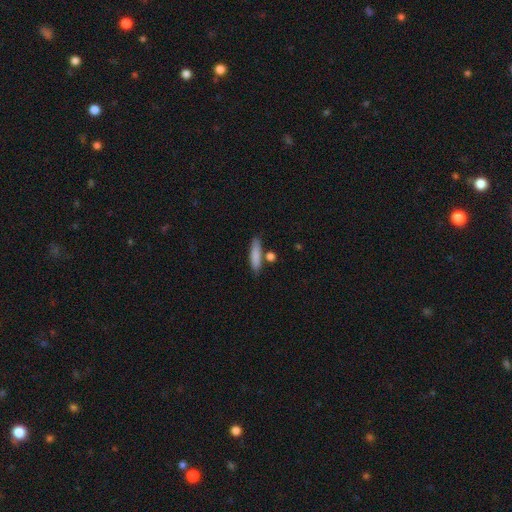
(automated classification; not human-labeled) smooth-or-featured: smooth: 82% | featured or disk: 12% | star or artifact: 7%
  how-rounded: cigar-shaped: 76% | in between: 21% | round: 3%
  merging: none: 76% | minor disturbance: 12% | merger: 9% | major disturbance: 3%